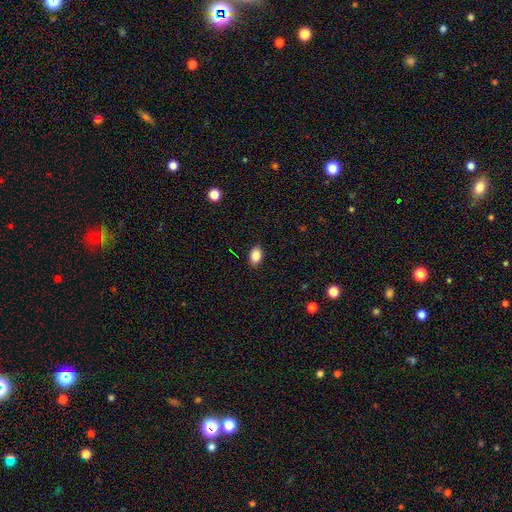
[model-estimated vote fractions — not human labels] Smooth or featured? smooth (86%)
How rounded? in between (82%)
Merging? none (89%)